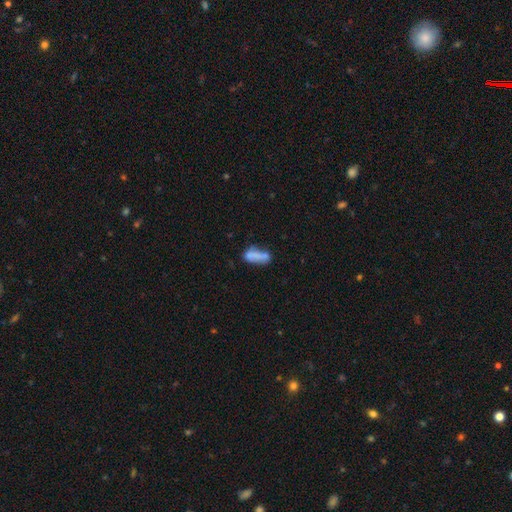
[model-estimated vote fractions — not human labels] Morphology: type=smooth (68%); roundness=in between (66%); merging=none (41%).